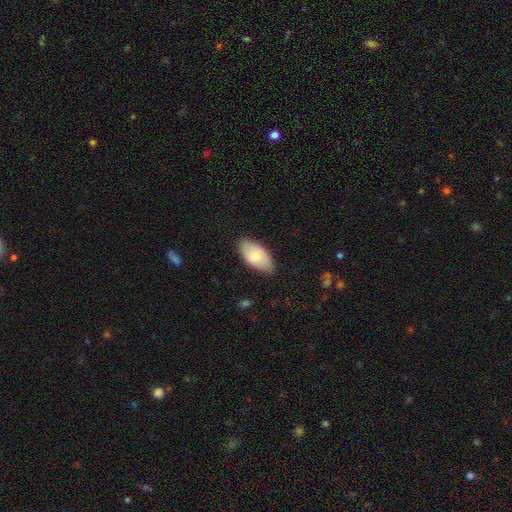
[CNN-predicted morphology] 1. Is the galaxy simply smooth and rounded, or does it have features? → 75% smooth, 19% featured or disk, 6% star or artifact.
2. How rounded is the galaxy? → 94% in between, 3% cigar-shaped, 3% round.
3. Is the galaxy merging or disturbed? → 79% none, 17% minor disturbance, 3% major disturbance, 1% merger.